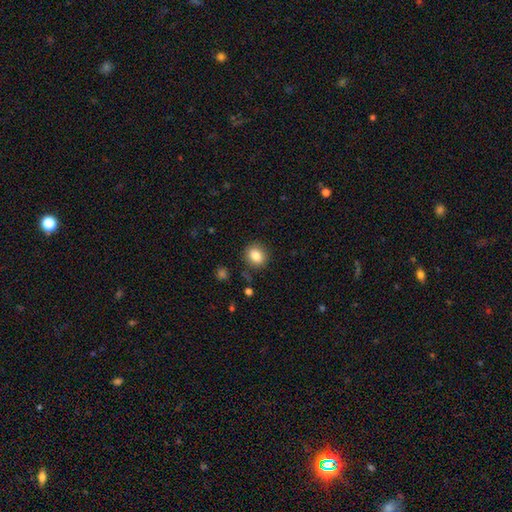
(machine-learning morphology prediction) Smooth or featured?
  - smooth: 84% *
  - star or artifact: 10%
  - featured or disk: 6%
How rounded?
  - round: 64% *
  - in between: 35%
  - cigar-shaped: 1%
Merging?
  - none: 86% *
  - minor disturbance: 9%
  - major disturbance: 3%
  - merger: 2%